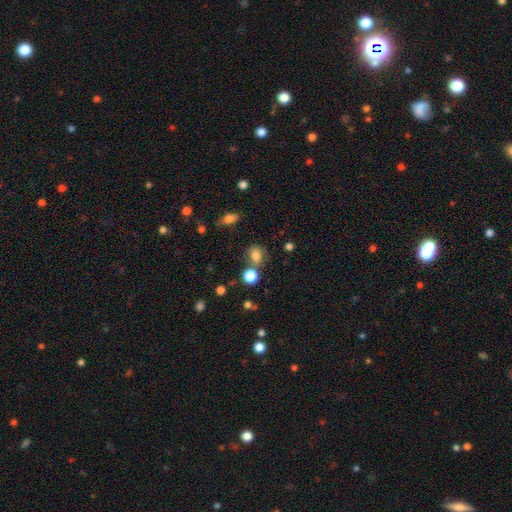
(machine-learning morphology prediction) Smooth or featured?
  - smooth: 76% *
  - star or artifact: 14%
  - featured or disk: 9%
How rounded?
  - round: 60% *
  - in between: 39%
  - cigar-shaped: 1%
Merging?
  - none: 63% *
  - minor disturbance: 16%
  - merger: 15%
  - major disturbance: 6%